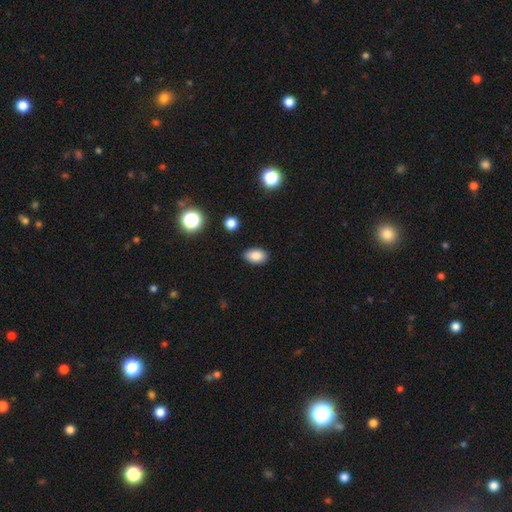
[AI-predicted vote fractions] Morphology: type=smooth (86%); roundness=in between (90%); merging=none (87%).